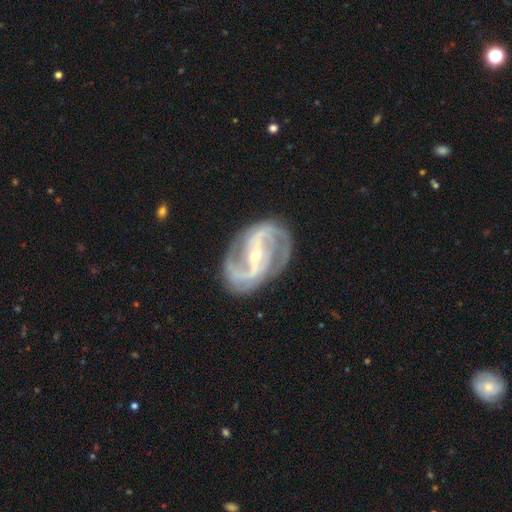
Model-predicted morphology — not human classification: A featured or disk galaxy (92%) with a strong bar (57%), 2 (78%) medium (53%) spiral arms (97%) and a small central bulge (64%). Merging: none (79%).